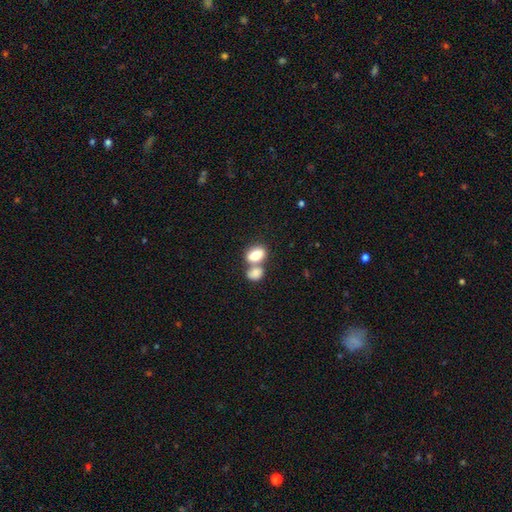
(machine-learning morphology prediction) A smooth galaxy with no disk features (79%) that is in between round and cigar-shaped (82%).

Vote fractions:
- Smooth or featured? smooth: 79% / featured or disk: 13% / star or artifact: 7%
- How rounded? in between: 82% / round: 16% / cigar-shaped: 2%
- Merging? merger: 60% / none: 27% / minor disturbance: 8% / major disturbance: 4%